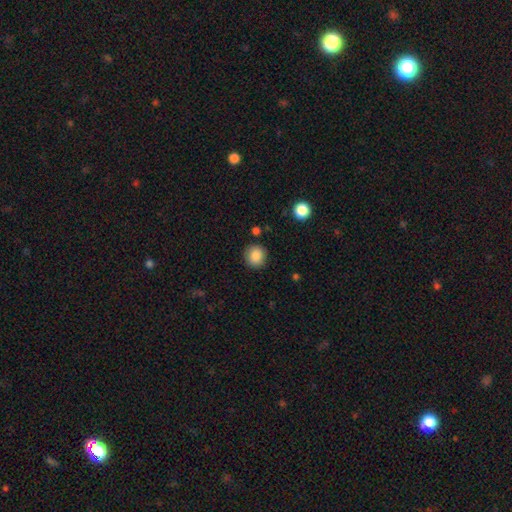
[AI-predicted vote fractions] This appears to be a smooth galaxy with no disk features (87%) that is round (90%). Merging: none (88%).